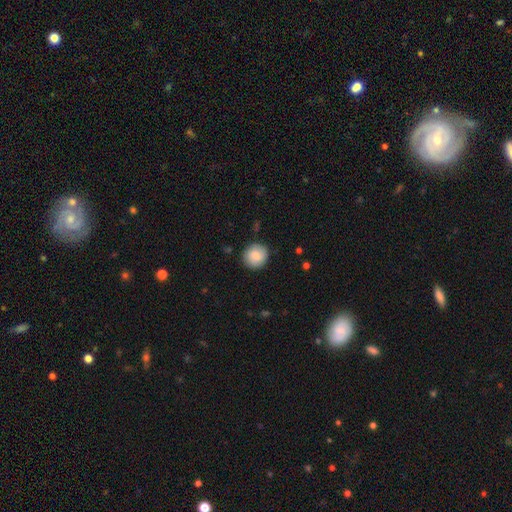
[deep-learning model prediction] A smooth galaxy with no disk features (82%) that is round (89%).

Vote fractions:
- Smooth or featured? smooth: 82% / featured or disk: 11% / star or artifact: 7%
- How rounded? round: 89% / in between: 10% / cigar-shaped: 1%
- Merging? none: 87% / minor disturbance: 9% / major disturbance: 2% / merger: 1%